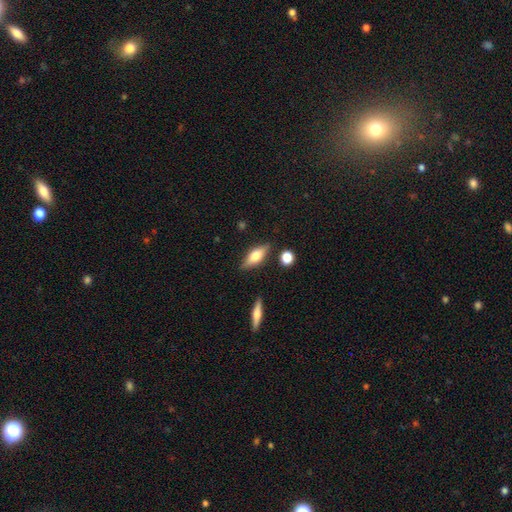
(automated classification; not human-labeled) A smooth galaxy with no disk features (55%) that is in between round and cigar-shaped (63%). Merging: none (81%).